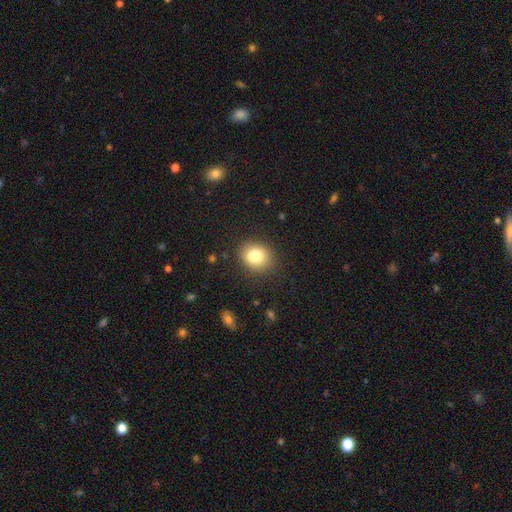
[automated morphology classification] Overall: smooth (81%). How rounded: round (66%; in between 33%). Merging: none (84%).